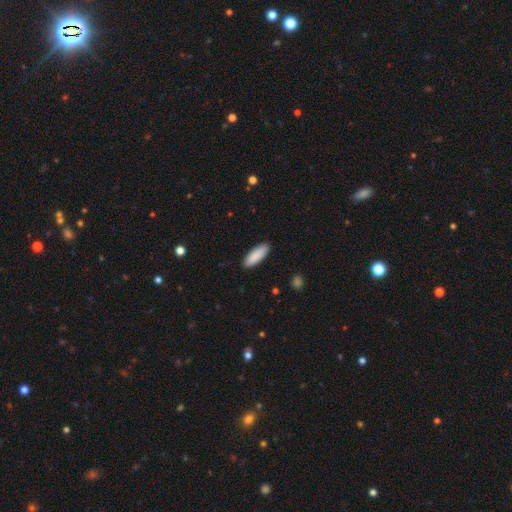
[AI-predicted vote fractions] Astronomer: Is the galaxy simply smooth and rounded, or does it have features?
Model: smooth — 90%.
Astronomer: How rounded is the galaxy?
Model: in between — 67%.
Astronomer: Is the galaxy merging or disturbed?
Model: none — 90%.